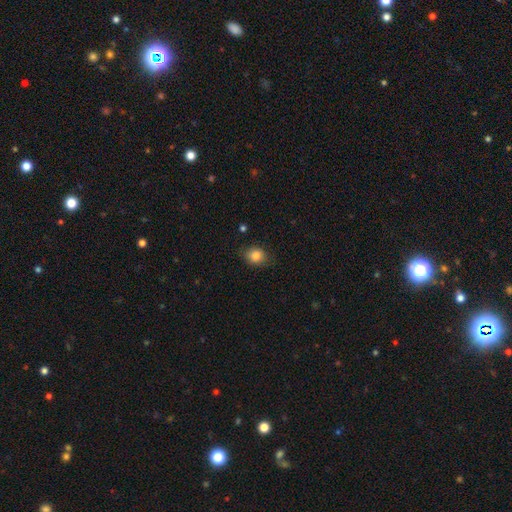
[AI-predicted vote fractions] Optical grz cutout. It shows a smooth galaxy with no disk features (84%) that is round (52%). Merging: none (78%).